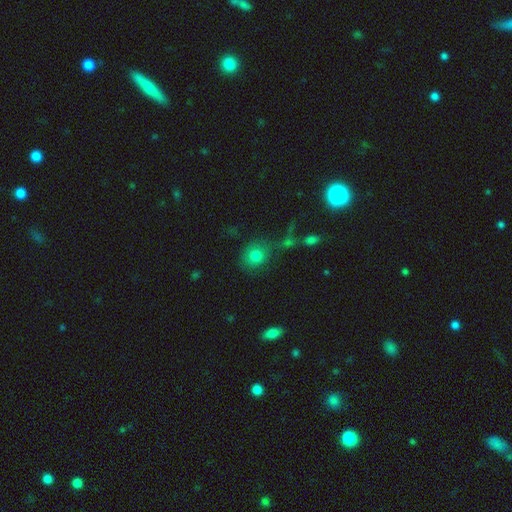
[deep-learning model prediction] Smooth or featured?
  - smooth: 78% *
  - star or artifact: 12%
  - featured or disk: 10%
How rounded?
  - round: 73% *
  - in between: 26%
  - cigar-shaped: 1%
Merging?
  - none: 63% *
  - merger: 15%
  - minor disturbance: 14%
  - major disturbance: 8%